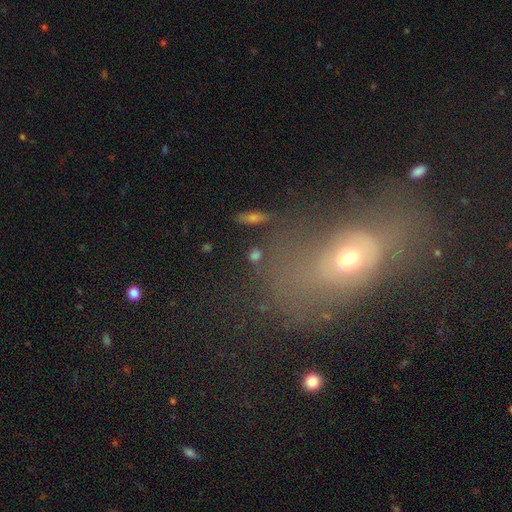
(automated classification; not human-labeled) Morphology: type=smooth (59%); roundness=in between (55%); merging=none (75%).